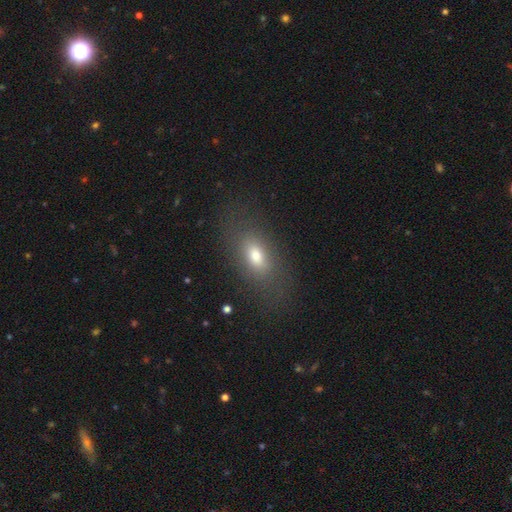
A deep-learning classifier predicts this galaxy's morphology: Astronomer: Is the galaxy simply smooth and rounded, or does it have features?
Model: smooth — 70%.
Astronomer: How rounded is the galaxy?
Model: in between — 82%.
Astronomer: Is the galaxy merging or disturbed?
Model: none — 77%.